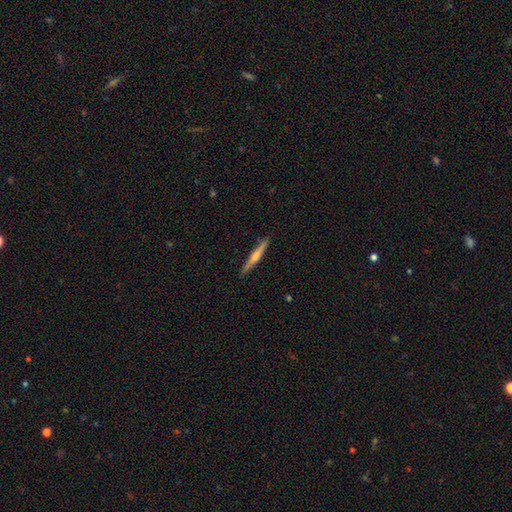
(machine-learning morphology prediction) Smooth or featured? Predicted: featured or disk (p=0.63). Edge-on disk? Predicted: yes (p=0.98). Edge-on bulge? Predicted: rounded (p=0.71). Merging? Predicted: none (p=0.91).